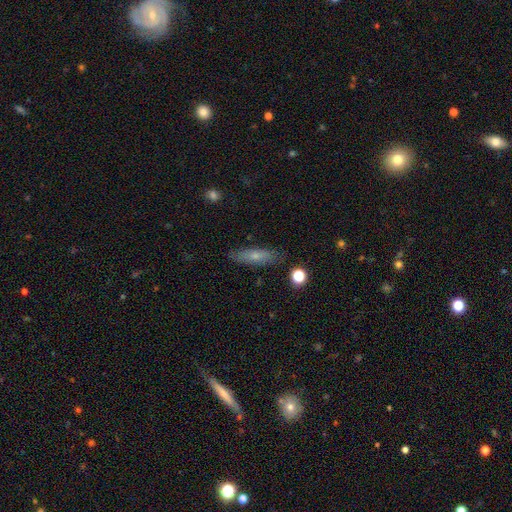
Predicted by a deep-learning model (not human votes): smooth_or_featured: smooth (p=0.64) [alt: featured or disk p=0.28]
how_rounded: cigar-shaped (p=0.65) [alt: in between p=0.32]
merging: none (p=0.84) [alt: minor disturbance p=0.12]